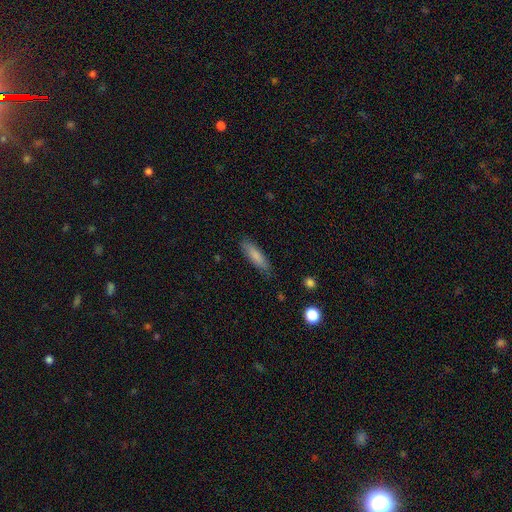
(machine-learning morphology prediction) smooth-or-featured: smooth: 82% | featured or disk: 12% | star or artifact: 6%
  how-rounded: cigar-shaped: 66% | in between: 32% | round: 1%
  merging: none: 83% | minor disturbance: 14% | major disturbance: 3% | merger: 1%